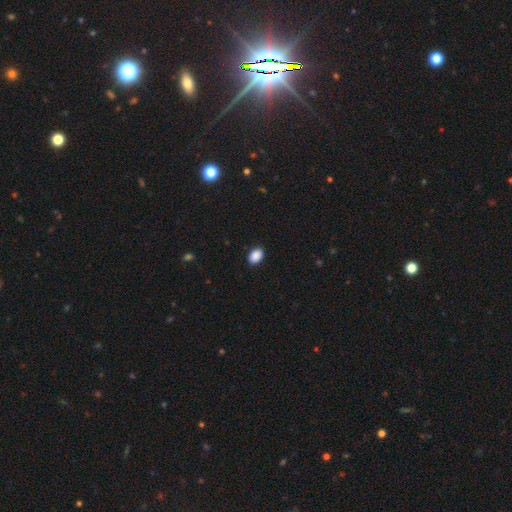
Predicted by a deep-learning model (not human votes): A smooth galaxy with no disk features (90%) that is in between round and cigar-shaped (84%).

Vote fractions:
- Smooth or featured? smooth: 90% / star or artifact: 8% / featured or disk: 3%
- How rounded? in between: 84% / round: 15% / cigar-shaped: 1%
- Merging? none: 89% / minor disturbance: 8% / major disturbance: 2% / merger: 1%